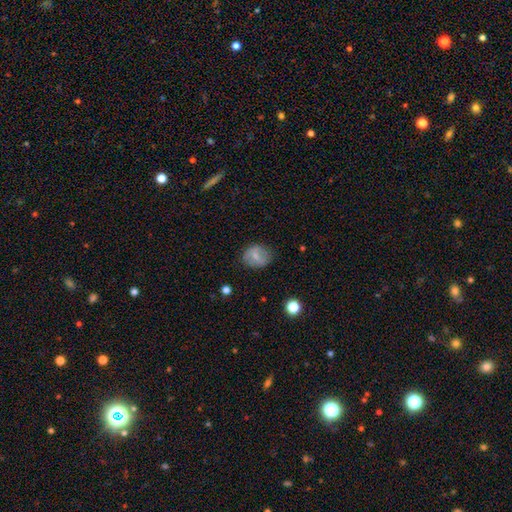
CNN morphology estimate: smooth 61%, featured or disk 30%, star or artifact 9%. Down the decision tree: how rounded — round (55%); merging — none (76%).